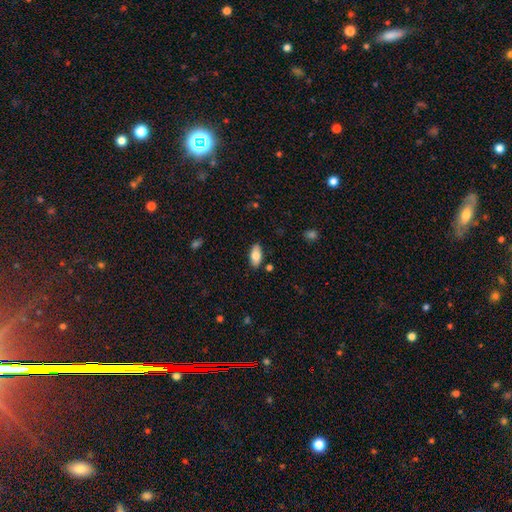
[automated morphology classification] This appears to be a smooth galaxy with no disk features (79%) that is in between round and cigar-shaped (91%). Merging: none (86%).